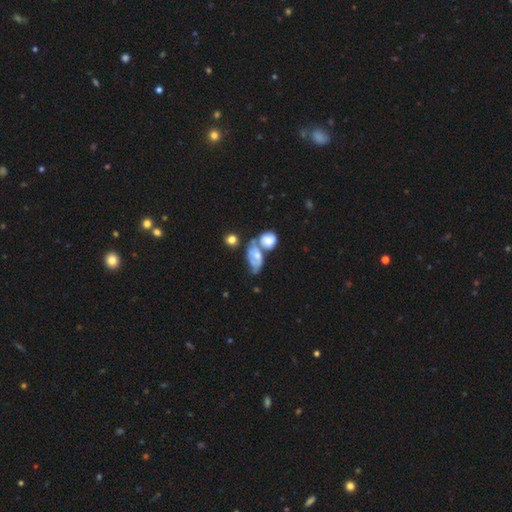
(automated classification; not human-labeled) smooth_or_featured: featured or disk (p=0.45) [tied with: smooth p=0.45]
merging: merger (p=0.40) [alt: none p=0.30]